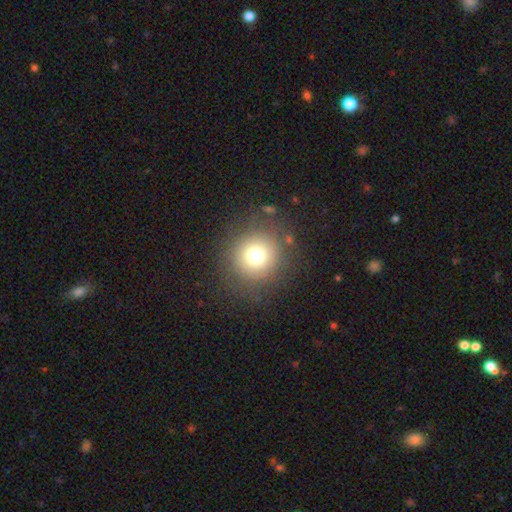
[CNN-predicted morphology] This is likely a smooth galaxy (74%). How rounded: clearly round (93%). Merging: clearly none (84%).